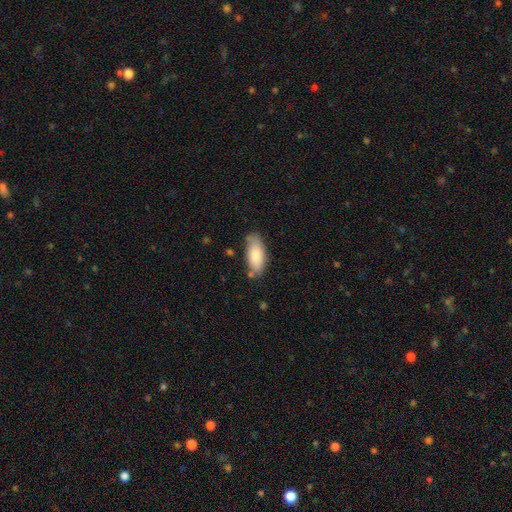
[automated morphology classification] Smooth or featured? smooth (82%)
How rounded? in between (81%)
Merging? none (73%)